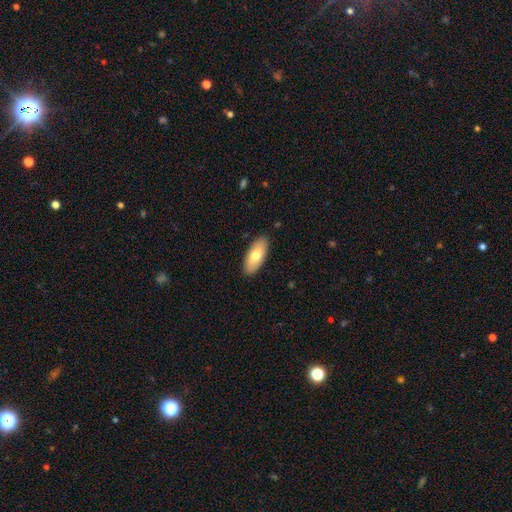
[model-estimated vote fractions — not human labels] Morphology: type=smooth (72%); roundness=in between (85%); merging=none (89%).